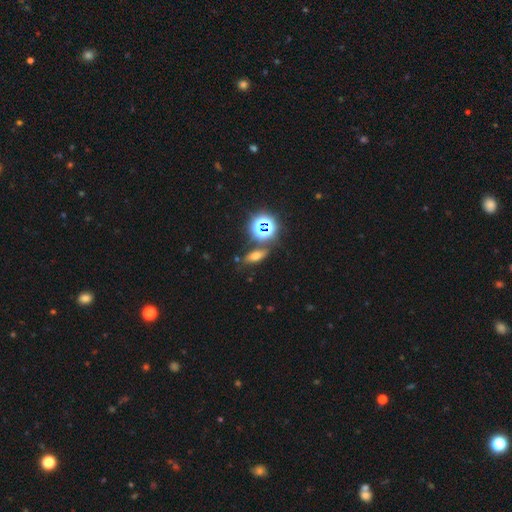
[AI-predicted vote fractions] Overall: smooth (52%; star or artifact 31%). How rounded: in between (59%; cigar-shaped 26%). Merging: none (75%).